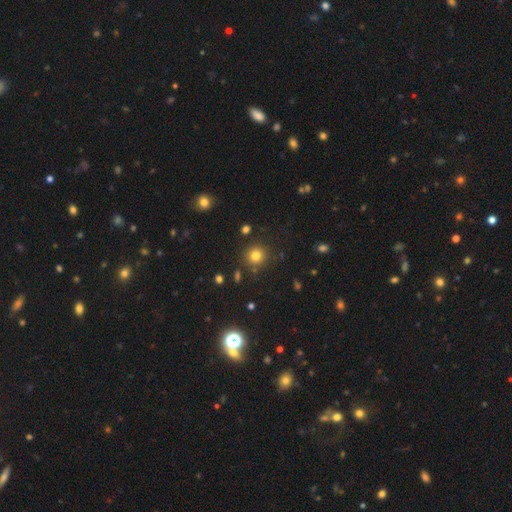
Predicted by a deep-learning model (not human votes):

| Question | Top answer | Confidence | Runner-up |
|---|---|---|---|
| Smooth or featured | smooth | 78% | star or artifact (15%) |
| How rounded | round | 93% | in between (6%) |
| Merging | none | 86% | minor disturbance (8%) |